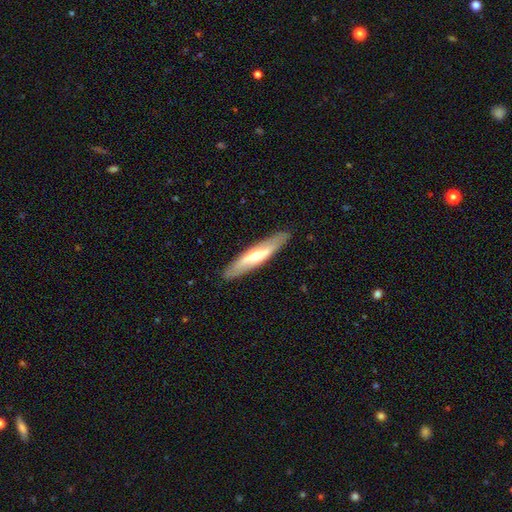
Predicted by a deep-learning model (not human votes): The model was most divided on "smooth or featured": featured or disk: 53%, smooth: 42%, star or artifact: 5%. More confident: merging — none (88%); edge-on disk — yes (69%).